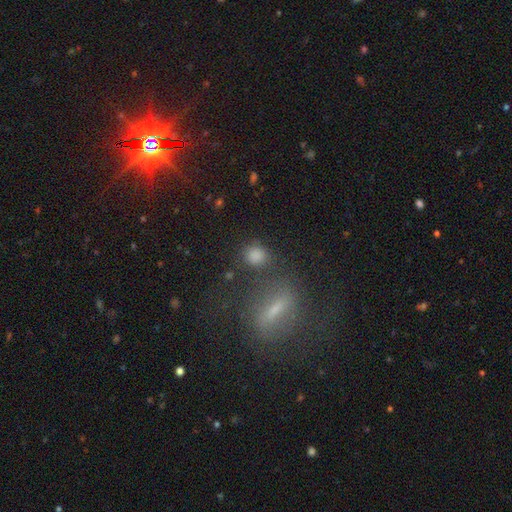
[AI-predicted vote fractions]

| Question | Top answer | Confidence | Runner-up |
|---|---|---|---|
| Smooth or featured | smooth | 80% | star or artifact (14%) |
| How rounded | round | 76% | in between (21%) |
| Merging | none | 71% | minor disturbance (13%) |